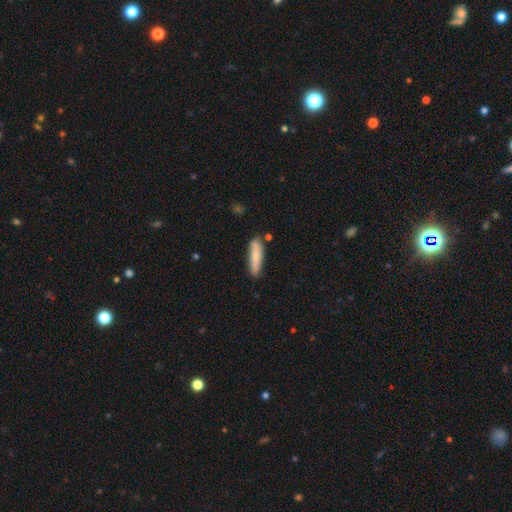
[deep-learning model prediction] smooth 71%, featured or disk 23%, star or artifact 6%. Down the decision tree: how rounded — cigar-shaped (75%); merging — none (79%).